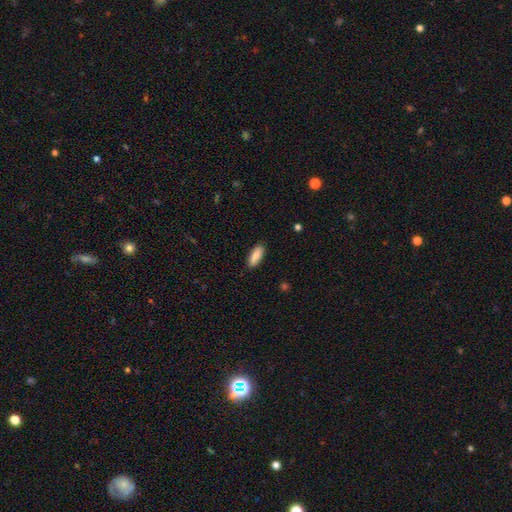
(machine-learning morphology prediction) smooth_or_featured: smooth (p=0.83) [alt: featured or disk p=0.11]
how_rounded: in between (p=0.75) [alt: cigar-shaped p=0.23]
merging: none (p=0.88) [alt: minor disturbance p=0.09]